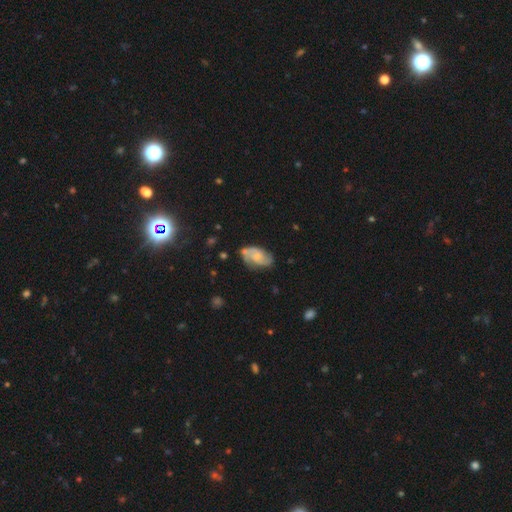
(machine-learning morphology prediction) type=featured or disk (74%); edge-on=no (97%); bar=no (60%); spiral arms=yes (94%); winding=medium (49%); arm count=2 (75%); bulge=small (46%); merging=none (68%).